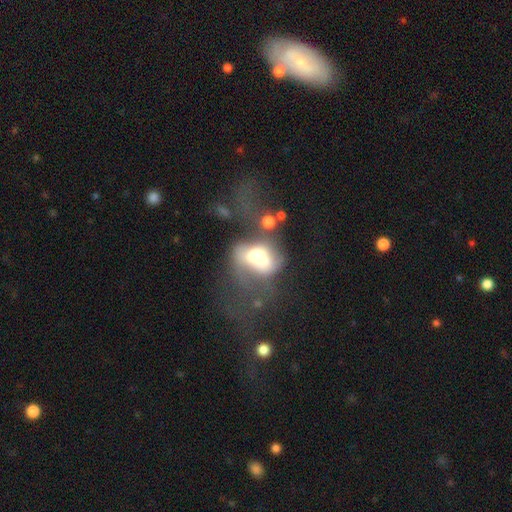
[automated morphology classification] The model was most divided on "merging": major disturbance: 39%, merger: 38%, none: 13%, minor disturbance: 10%. Remaining: smooth or featured — smooth (45%).